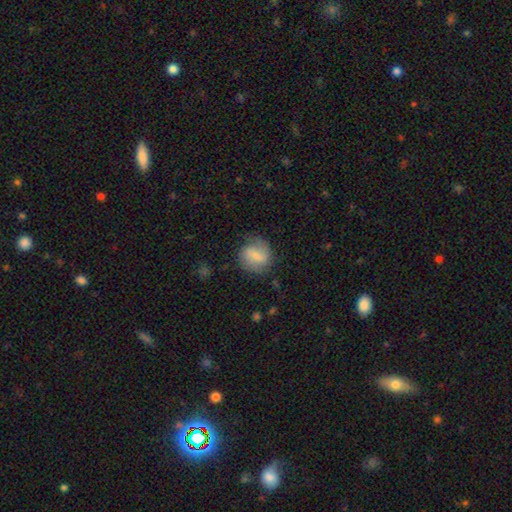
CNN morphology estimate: This is possibly a smooth galaxy (53%). How rounded: clearly round (80%). Merging: likely none (70%).